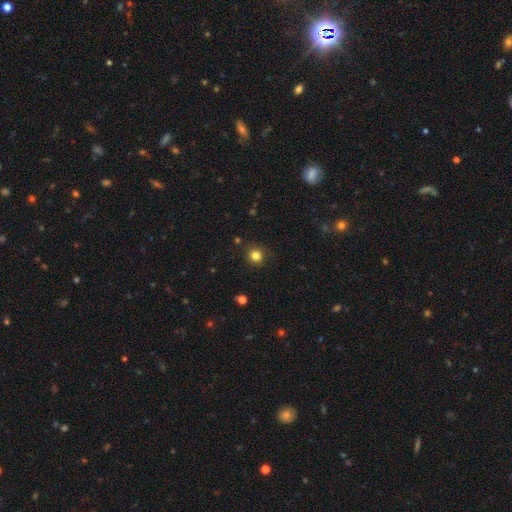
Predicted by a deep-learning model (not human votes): The model was most divided on "smooth or featured": smooth: 82%, star or artifact: 13%, featured or disk: 5%. More confident: how rounded — round (88%); merging — none (87%).